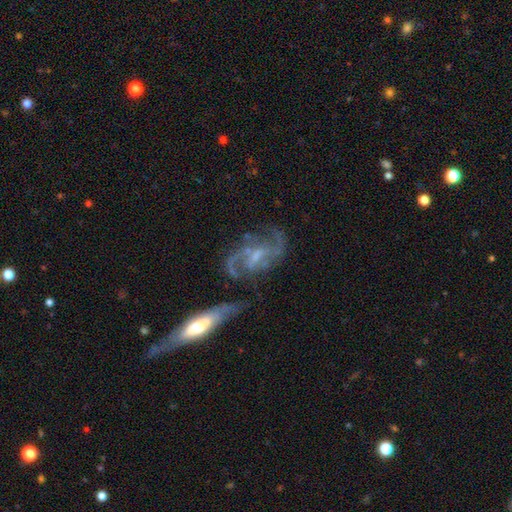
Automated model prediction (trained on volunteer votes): This appears to be a featured or disk galaxy (87%) with a weak bar (50%), 2 (79%) medium (50%) spiral arms (94%) and a small central bulge (48%). Merging: none (55%).